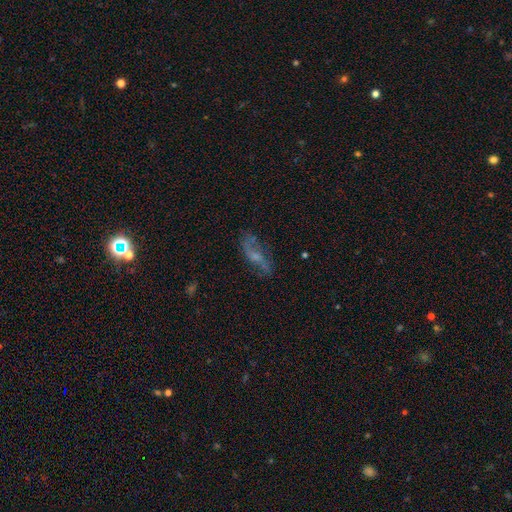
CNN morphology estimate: Smooth or featured? Predicted: featured or disk (p=0.67). Edge-on disk? Predicted: no (p=0.87). Bar? Predicted: no (p=0.48). Spiral arms? Predicted: yes (p=0.83). Bulge size? Predicted: small (p=0.45). Merging? Predicted: none (p=0.67).